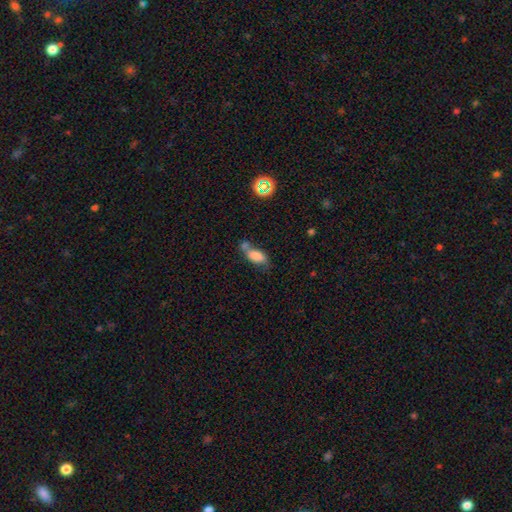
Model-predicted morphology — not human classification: Smooth or featured? smooth (77%)
How rounded? in between (83%)
Merging? merger (42%)